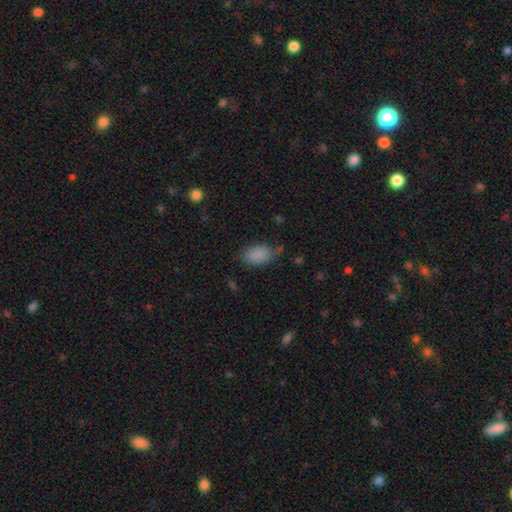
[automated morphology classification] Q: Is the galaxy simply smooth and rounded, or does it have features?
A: smooth — 86%.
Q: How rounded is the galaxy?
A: in between — 91%.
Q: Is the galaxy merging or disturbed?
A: none — 68%.